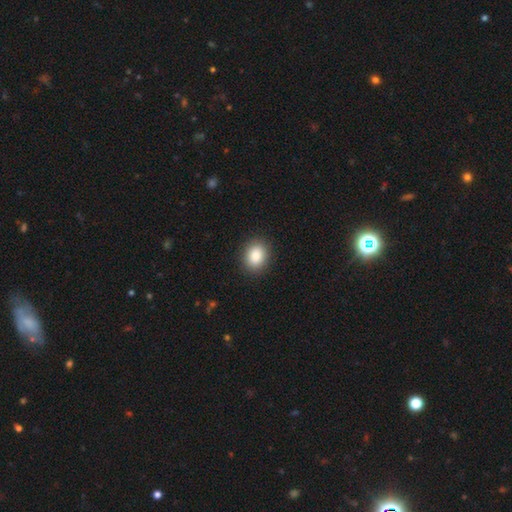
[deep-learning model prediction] Smooth or featured? Predicted: smooth (p=0.88). How rounded? Predicted: in between (p=0.54). Merging? Predicted: none (p=0.89).